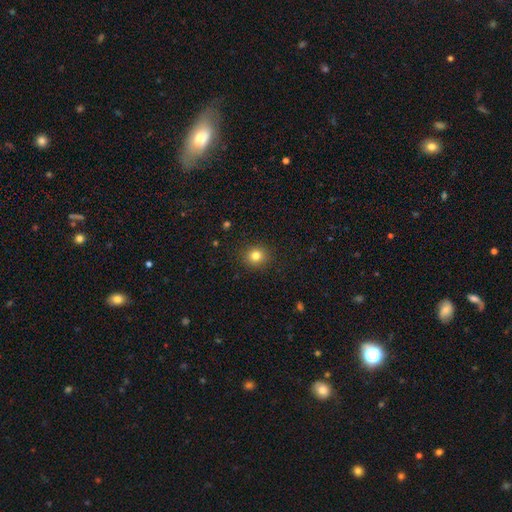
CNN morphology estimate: Smooth or featured: smooth — 81% (star or artifact — 12%)
How rounded: round — 84% (in between — 16%)
Merging: none — 90% (minor disturbance — 7%)